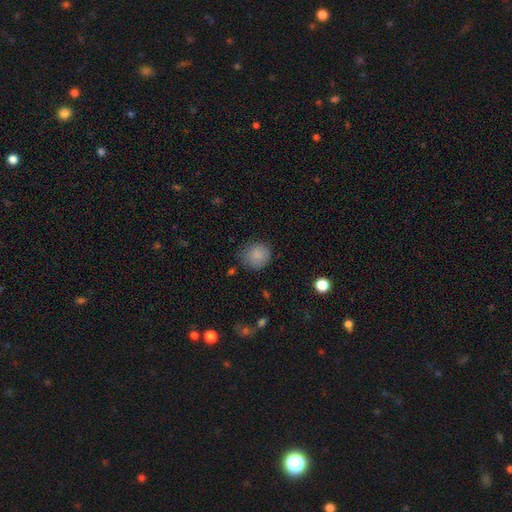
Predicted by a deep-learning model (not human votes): A smooth galaxy with no disk features (85%) that is round (88%).

Vote fractions:
- Smooth or featured? smooth: 85% / star or artifact: 9% / featured or disk: 6%
- How rounded? round: 88% / in between: 11% / cigar-shaped: 1%
- Merging? none: 75% / minor disturbance: 18% / major disturbance: 4% / merger: 2%